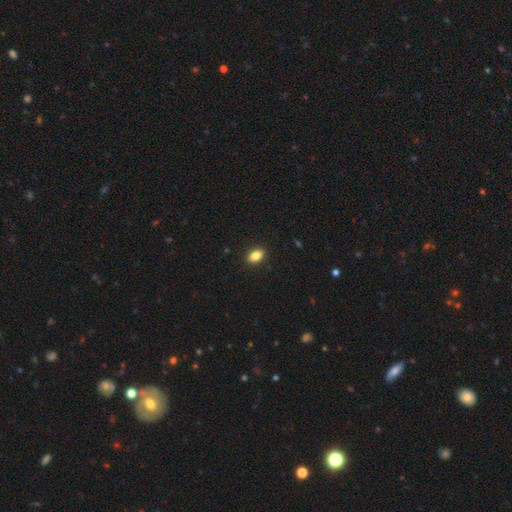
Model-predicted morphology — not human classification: smooth-or-featured: smooth: 85% | star or artifact: 9% | featured or disk: 7%
  how-rounded: in between: 84% | round: 13% | cigar-shaped: 2%
  merging: none: 90% | minor disturbance: 7% | major disturbance: 2% | merger: 1%